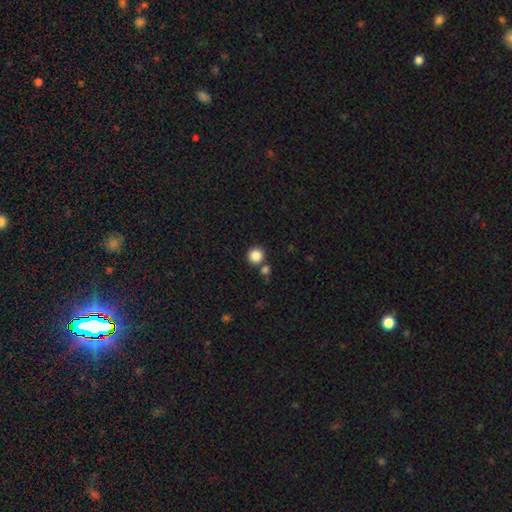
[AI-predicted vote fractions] Smooth or featured? smooth (86%)
How rounded? round (94%)
Merging? none (75%)